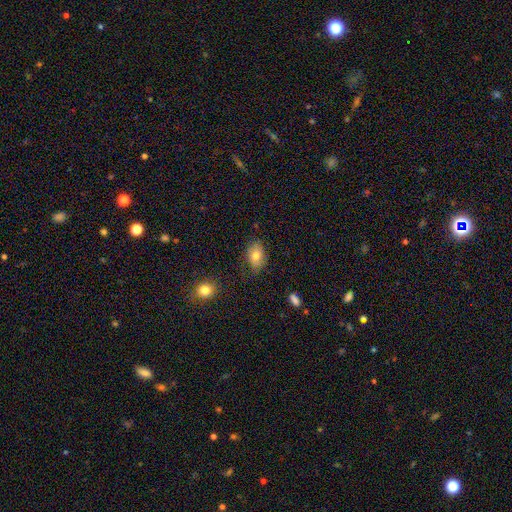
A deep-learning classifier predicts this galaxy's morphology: Smooth or featured?
  - smooth: 71% *
  - featured or disk: 20%
  - star or artifact: 9%
How rounded?
  - in between: 83% *
  - round: 16%
  - cigar-shaped: 1%
Merging?
  - none: 72% *
  - minor disturbance: 21%
  - major disturbance: 5%
  - merger: 2%